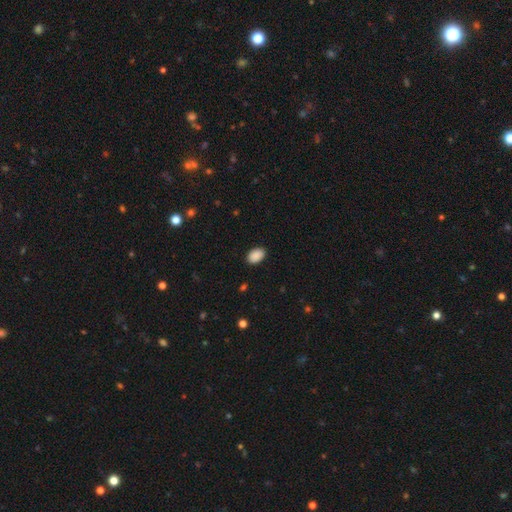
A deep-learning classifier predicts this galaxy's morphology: Smooth or featured?
  - smooth: 90% *
  - star or artifact: 7%
  - featured or disk: 3%
How rounded?
  - in between: 88% *
  - round: 11%
  - cigar-shaped: 1%
Merging?
  - none: 88% *
  - minor disturbance: 9%
  - major disturbance: 2%
  - merger: 1%